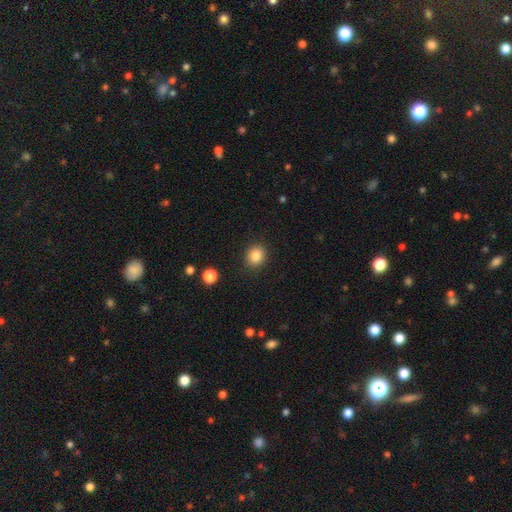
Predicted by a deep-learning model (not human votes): Overall: smooth (85%). How rounded: round (78%). Merging: none (89%).